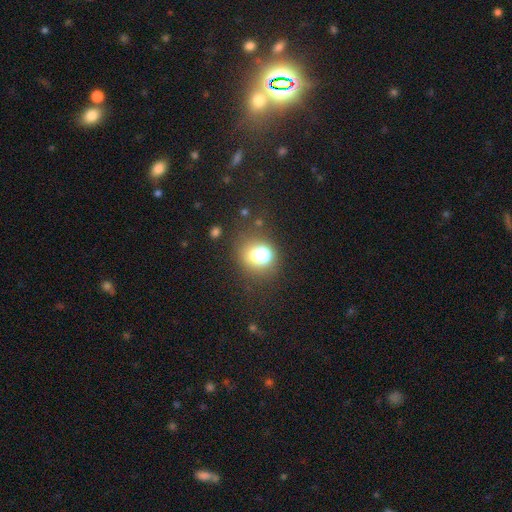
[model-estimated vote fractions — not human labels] Q: Smooth or featured?
A: smooth (62%); runner-up: star or artifact (23%)
Q: How rounded?
A: round (68%); runner-up: in between (30%)
Q: Merging?
A: none (61%); runner-up: minor disturbance (15%)